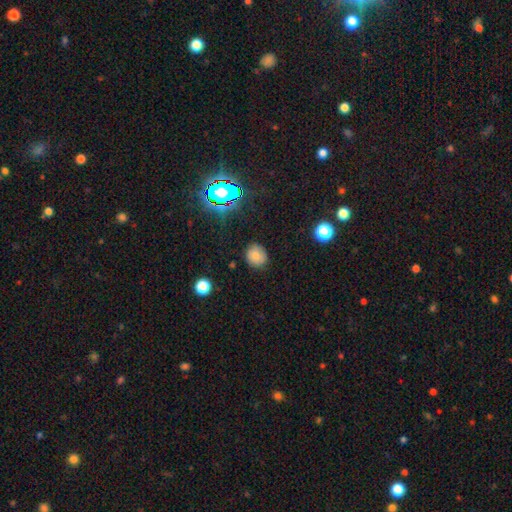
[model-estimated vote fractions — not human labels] smooth 74%, star or artifact 14%, featured or disk 11%. Down the decision tree: how rounded — round (82%); merging — none (83%).